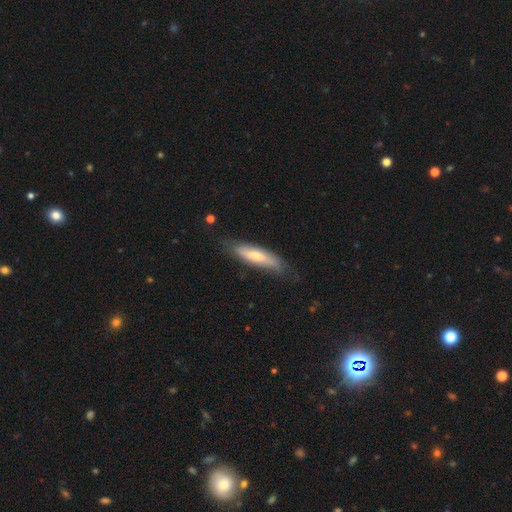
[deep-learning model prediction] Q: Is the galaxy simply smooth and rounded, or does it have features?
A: smooth — 56%.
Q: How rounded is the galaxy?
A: cigar-shaped — 63%.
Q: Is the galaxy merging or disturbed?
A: none — 68%.